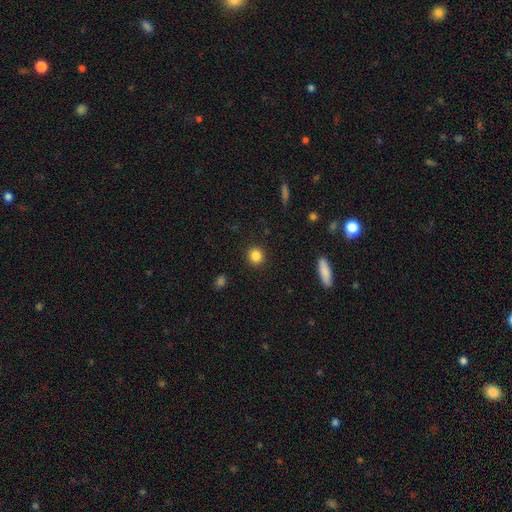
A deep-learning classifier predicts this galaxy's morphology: A smooth galaxy with no disk features (85%) that is round (90%).

Vote fractions:
- Smooth or featured? smooth: 85% / star or artifact: 10% / featured or disk: 4%
- How rounded? round: 90% / in between: 9% / cigar-shaped: 1%
- Merging? none: 91% / minor disturbance: 5% / major disturbance: 2% / merger: 1%